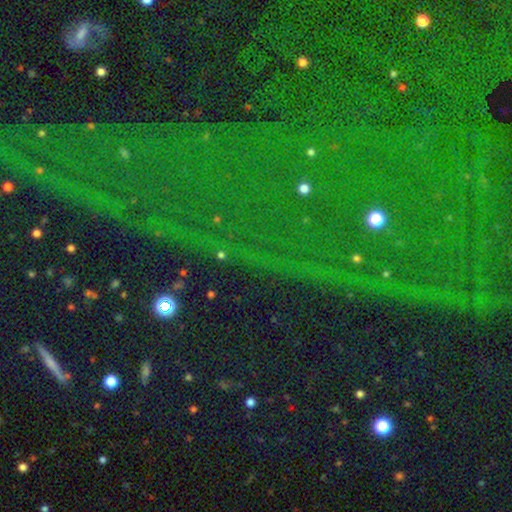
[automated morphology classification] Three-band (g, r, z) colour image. It shows a star or artifact, not a galaxy (86%).